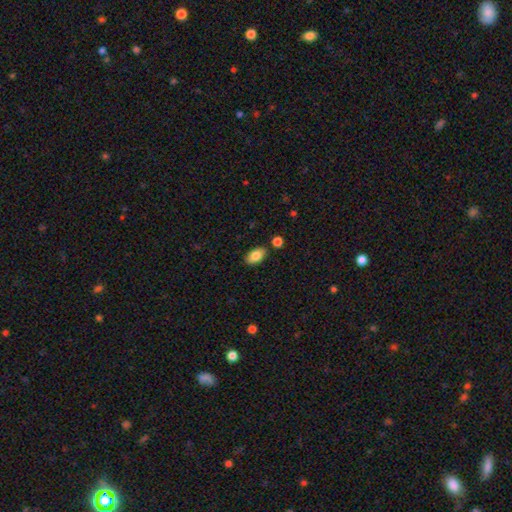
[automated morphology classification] A smooth galaxy with no disk features (85%) that is in between round and cigar-shaped (93%). Merging: none (85%).